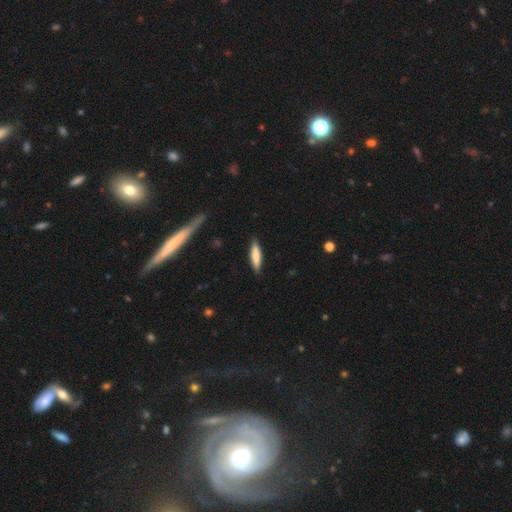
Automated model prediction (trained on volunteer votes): Q: Smooth or featured?
A: smooth (79%); runner-up: featured or disk (16%)
Q: How rounded?
A: cigar-shaped (75%); runner-up: in between (23%)
Q: Merging?
A: none (88%); runner-up: minor disturbance (9%)